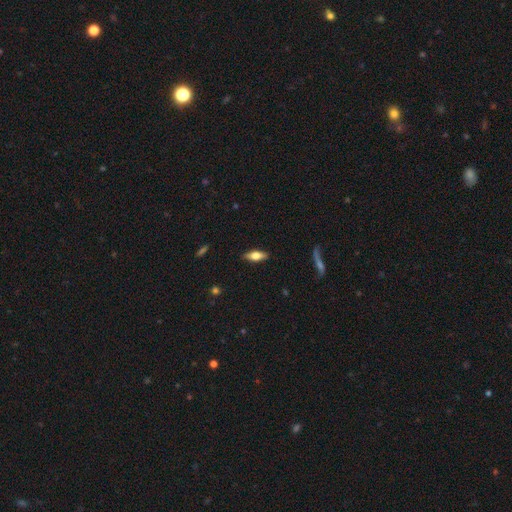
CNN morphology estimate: A smooth galaxy with no disk features (51%) that is in between round and cigar-shaped (60%).

Vote fractions:
- Smooth or featured? smooth: 51% / featured or disk: 42% / star or artifact: 7%
- How rounded? in between: 60% / cigar-shaped: 37% / round: 3%
- Merging? none: 88% / minor disturbance: 9% / major disturbance: 2% / merger: 1%